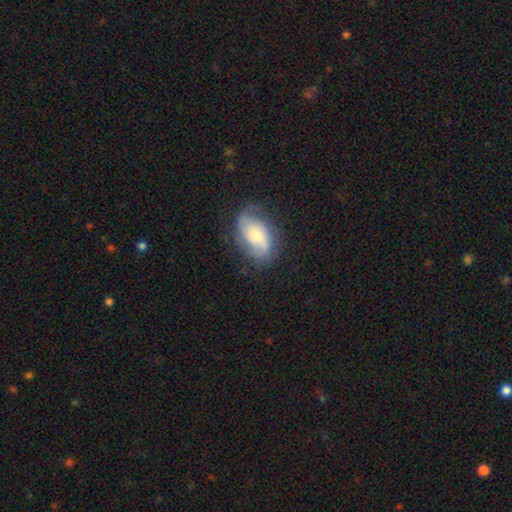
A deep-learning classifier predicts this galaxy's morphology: The model was most divided on "spiral winding": medium: 40%, tight: 35%, loose: 25%. Remaining: edge-on disk — no (96%); spiral arms — yes (91%); spiral arm count — 2 (74%); merging — none (73%); smooth or featured — featured or disk (64%); bar — no (58%); bulge size — moderate (43%).